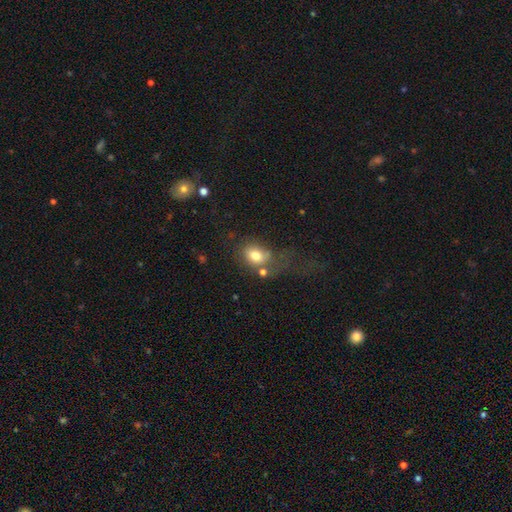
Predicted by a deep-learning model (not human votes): This appears to be a smooth galaxy with no disk features (75%) that is in between round and cigar-shaped (64%). Merging: none (36%).